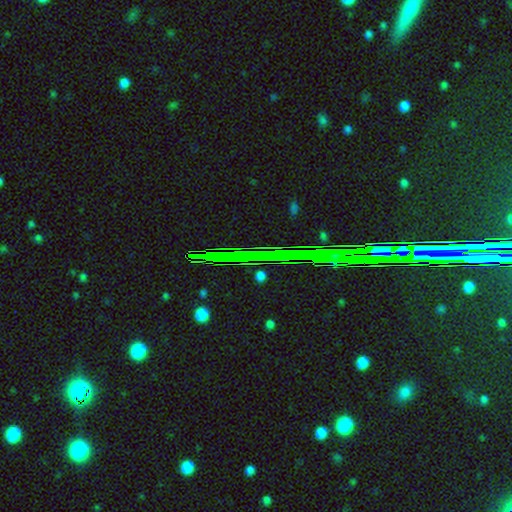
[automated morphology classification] This is likely a star or artifact rather than a galaxy (74%).